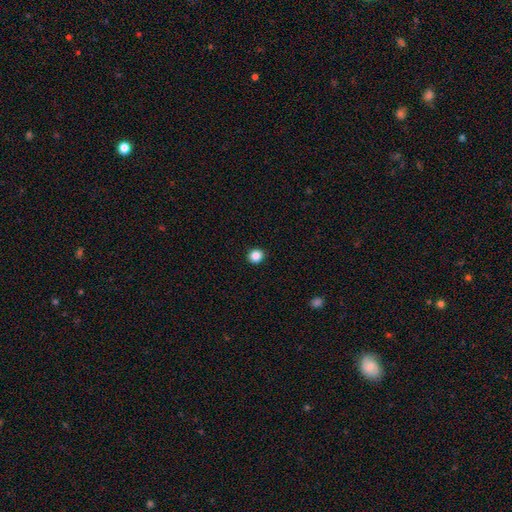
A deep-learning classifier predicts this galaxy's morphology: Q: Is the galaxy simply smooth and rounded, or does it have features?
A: smooth — 86%.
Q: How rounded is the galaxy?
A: round — 89%.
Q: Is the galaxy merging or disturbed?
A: none — 92%.